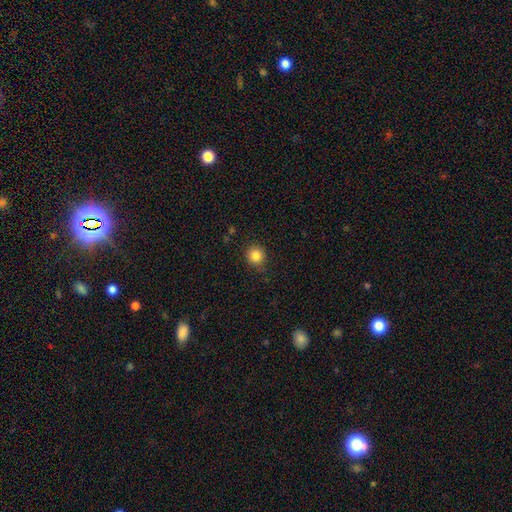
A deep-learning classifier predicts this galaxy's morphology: A smooth galaxy with no disk features (84%) that is round (91%).

Vote fractions:
- Smooth or featured? smooth: 84% / star or artifact: 11% / featured or disk: 5%
- How rounded? round: 91% / in between: 8% / cigar-shaped: 1%
- Merging? none: 85% / minor disturbance: 11% / major disturbance: 3% / merger: 1%